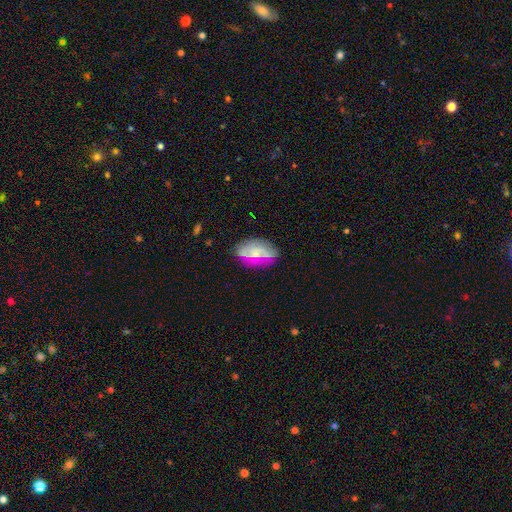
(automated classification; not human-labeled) Overall: smooth (51%; featured or disk 37%). How rounded: in between (88%). Merging: none (74%).